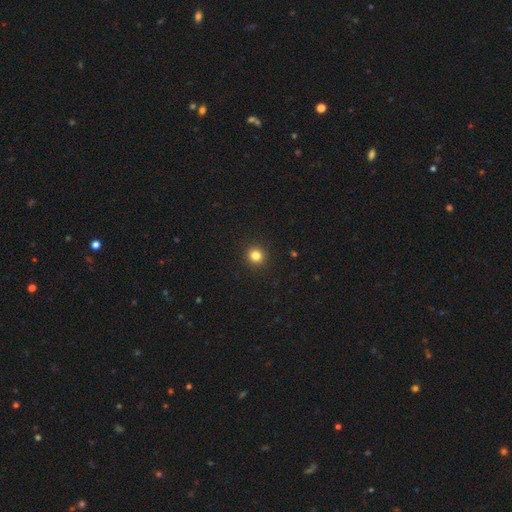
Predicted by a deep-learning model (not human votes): Smooth or featured? Predicted: smooth (p=0.83). How rounded? Predicted: round (p=0.93). Merging? Predicted: none (p=0.93).